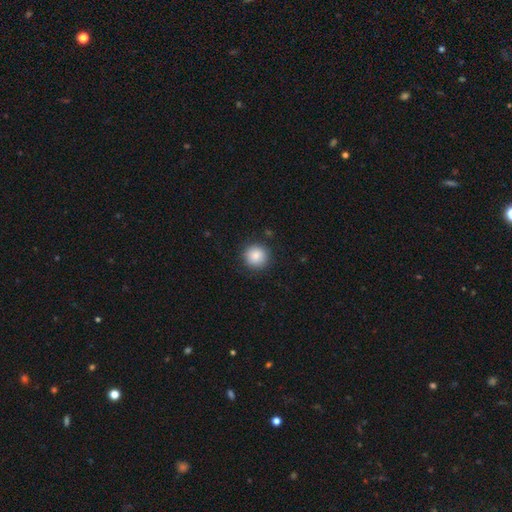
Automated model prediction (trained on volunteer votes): Q: Smooth or featured?
A: smooth (87%); runner-up: star or artifact (8%)
Q: How rounded?
A: round (94%); runner-up: in between (5%)
Q: Merging?
A: none (88%); runner-up: minor disturbance (8%)